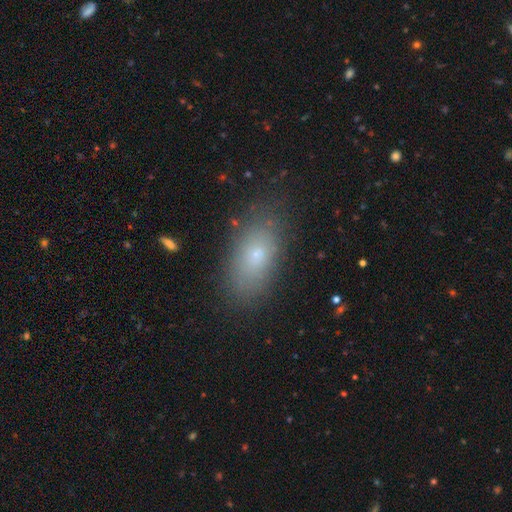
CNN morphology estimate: smooth 73%, featured or disk 16%, star or artifact 12%. Down the decision tree: how rounded — in between (88%); merging — none (82%).